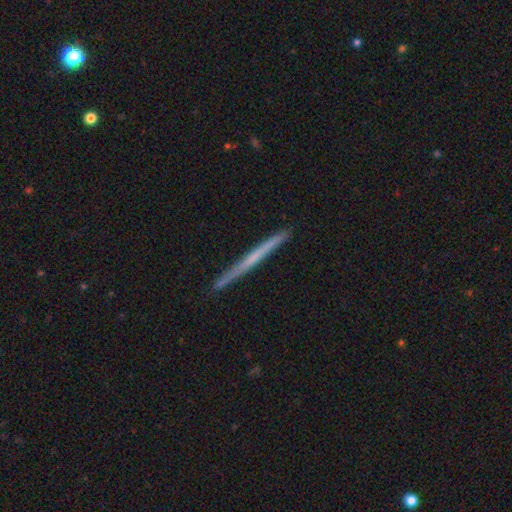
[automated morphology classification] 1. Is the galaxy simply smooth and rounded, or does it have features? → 58% featured or disk, 36% smooth, 6% star or artifact.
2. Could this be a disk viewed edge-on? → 98% yes, 2% no.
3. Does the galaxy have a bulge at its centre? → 86% none, 10% rounded, 4% boxy.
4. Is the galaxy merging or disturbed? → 92% none, 6% minor disturbance, 1% major disturbance, 1% merger.